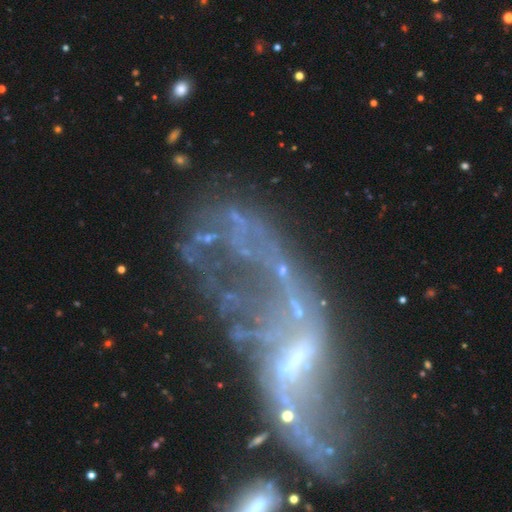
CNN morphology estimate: Q: Smooth or featured?
A: featured or disk (67%); runner-up: star or artifact (21%)
Q: Edge-on disk?
A: no (93%); runner-up: yes (7%)
Q: Bar?
A: no (49%); runner-up: strong (26%)
Q: Spiral arms?
A: no (57%); runner-up: yes (43%)
Q: Bulge size?
A: none (52%); runner-up: small (28%)
Q: Merging?
A: major disturbance (44%); runner-up: none (27%)